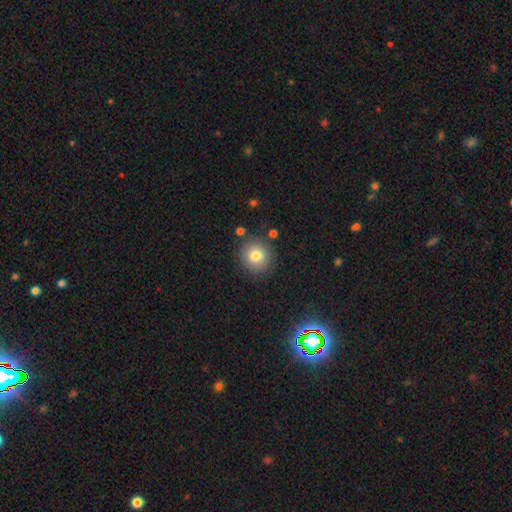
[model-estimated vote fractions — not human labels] Q: Smooth or featured?
A: smooth (80%); runner-up: star or artifact (11%)
Q: How rounded?
A: round (90%); runner-up: in between (10%)
Q: Merging?
A: none (85%); runner-up: minor disturbance (9%)